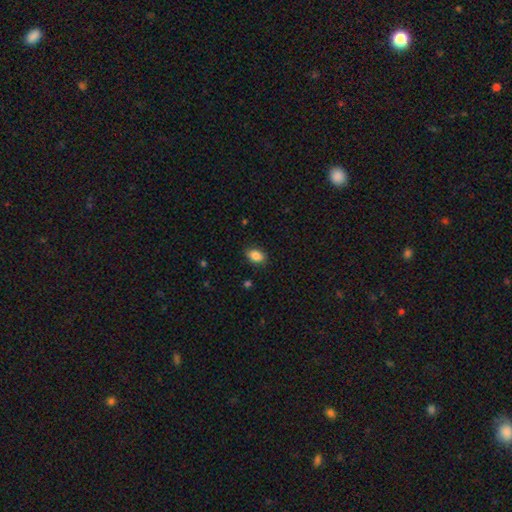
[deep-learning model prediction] Smooth or featured: smooth — 87% (star or artifact — 8%)
How rounded: in between — 85% (round — 13%)
Merging: none — 85% (minor disturbance — 11%)